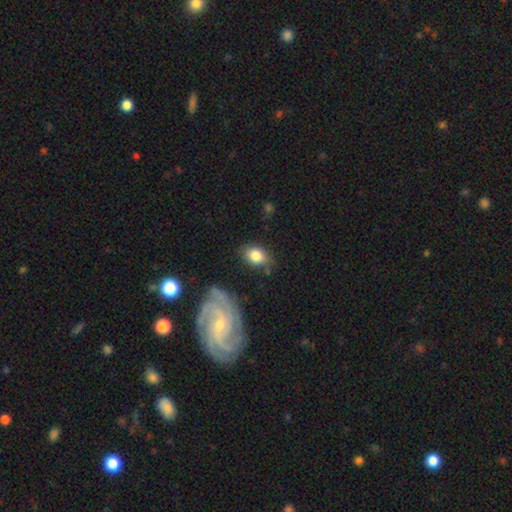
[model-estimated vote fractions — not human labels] Q: Smooth or featured?
A: smooth (80%); runner-up: featured or disk (12%)
Q: How rounded?
A: in between (73%); runner-up: round (25%)
Q: Merging?
A: none (70%); runner-up: minor disturbance (20%)